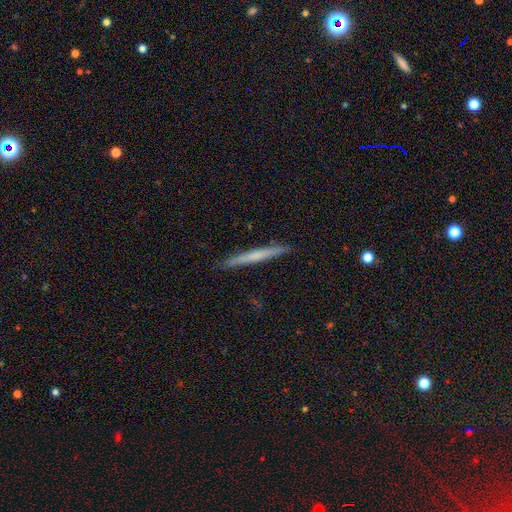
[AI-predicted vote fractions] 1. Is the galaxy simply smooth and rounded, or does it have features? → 53% smooth, 42% featured or disk, 6% star or artifact.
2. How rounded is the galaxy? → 97% cigar-shaped, 2% in between, 1% round.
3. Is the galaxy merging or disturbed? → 91% none, 6% minor disturbance, 1% major disturbance, 1% merger.